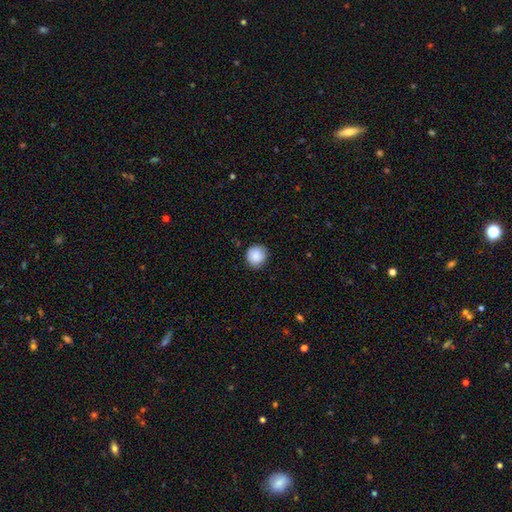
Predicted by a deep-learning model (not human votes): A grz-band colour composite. It shows a smooth galaxy with no disk features (89%) that is round (93%). Merging: none (87%).